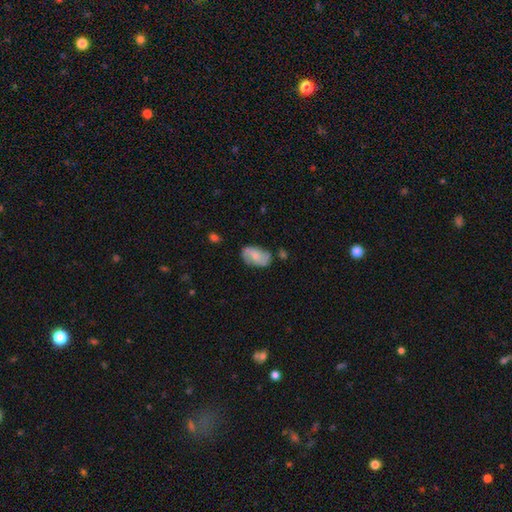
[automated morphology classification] type=smooth (59%); roundness=in between (92%); merging=none (63%).